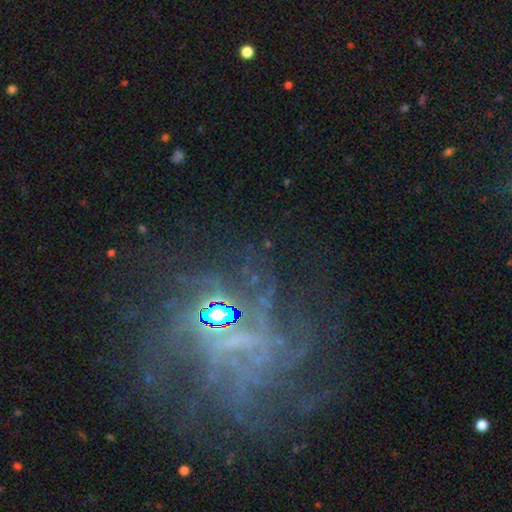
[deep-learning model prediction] Smooth or featured? featured or disk (50%)
Merging? none (61%)